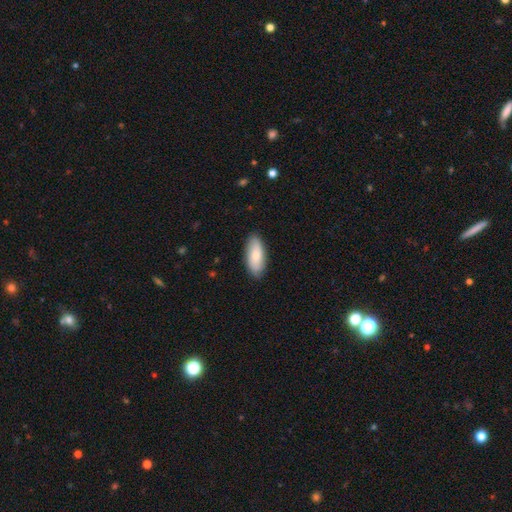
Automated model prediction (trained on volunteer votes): Smooth or featured? Predicted: smooth (p=0.78). How rounded? Predicted: in between (p=0.84). Merging? Predicted: none (p=0.86).